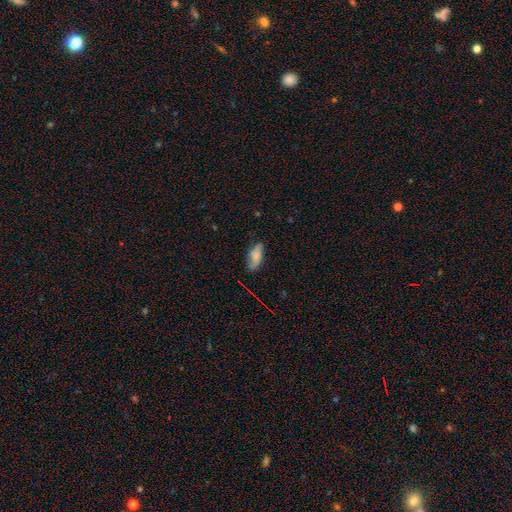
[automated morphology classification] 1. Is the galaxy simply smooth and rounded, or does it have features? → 70% smooth, 21% featured or disk, 9% star or artifact.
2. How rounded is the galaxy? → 81% in between, 16% cigar-shaped, 2% round.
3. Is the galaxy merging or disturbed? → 66% none, 26% minor disturbance, 6% major disturbance, 2% merger.